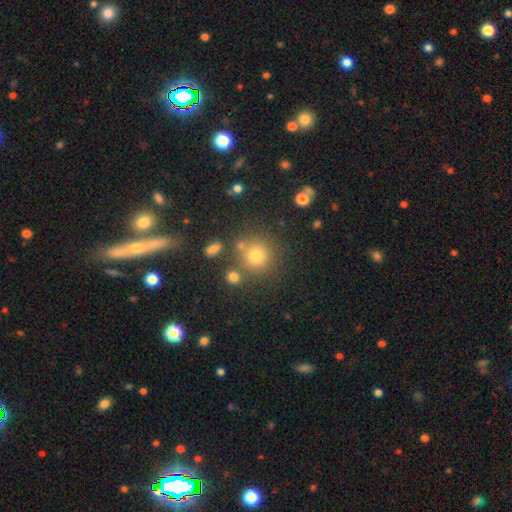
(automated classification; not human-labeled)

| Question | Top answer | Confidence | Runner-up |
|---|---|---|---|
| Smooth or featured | smooth | 71% | star or artifact (20%) |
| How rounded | round | 92% | in between (7%) |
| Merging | none | 76% | merger (10%) |